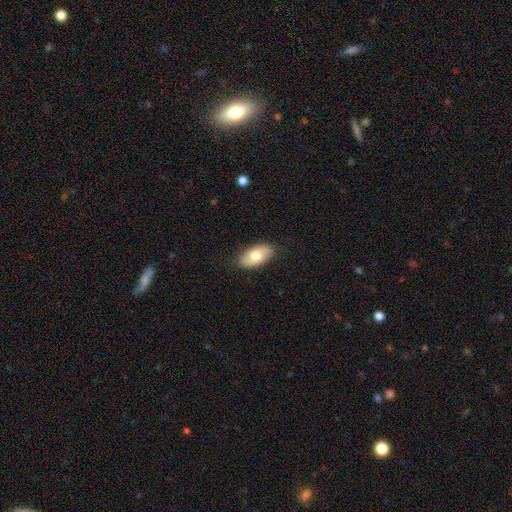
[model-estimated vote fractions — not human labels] Smooth or featured? smooth (72%)
How rounded? in between (93%)
Merging? none (86%)